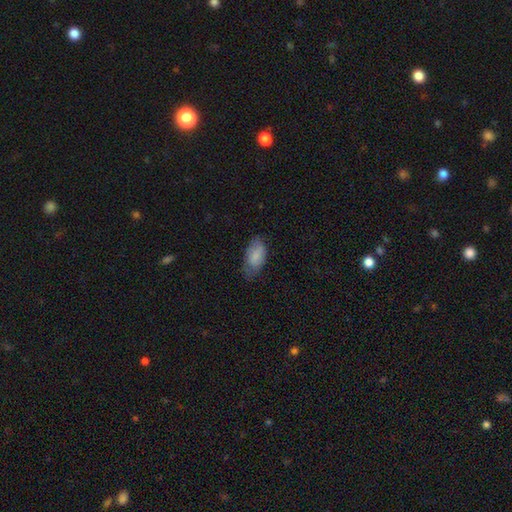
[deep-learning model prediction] Smooth or featured?
  - smooth: 80% *
  - featured or disk: 14%
  - star or artifact: 6%
How rounded?
  - in between: 94% *
  - cigar-shaped: 4%
  - round: 3%
Merging?
  - none: 62% *
  - minor disturbance: 29%
  - major disturbance: 8%
  - merger: 1%